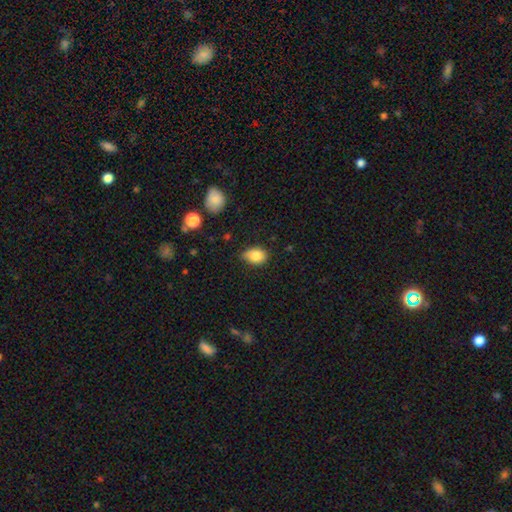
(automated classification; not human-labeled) smooth-or-featured: smooth: 83% | star or artifact: 10% | featured or disk: 8%
  how-rounded: in between: 61% | round: 38% | cigar-shaped: 1%
  merging: none: 56% | minor disturbance: 36% | major disturbance: 6% | merger: 2%